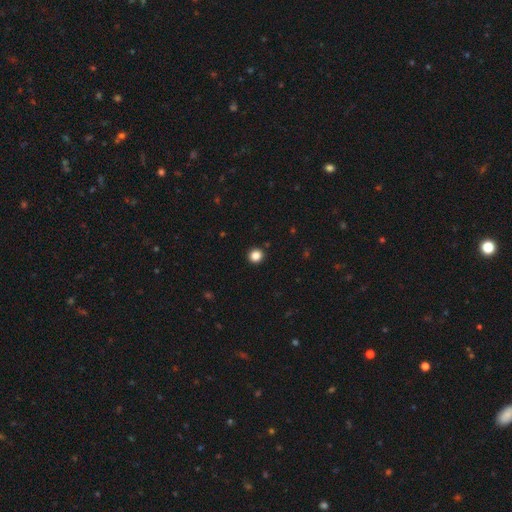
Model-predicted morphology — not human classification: Smooth or featured? Predicted: smooth (p=0.85). How rounded? Predicted: round (p=0.92). Merging? Predicted: none (p=0.93).